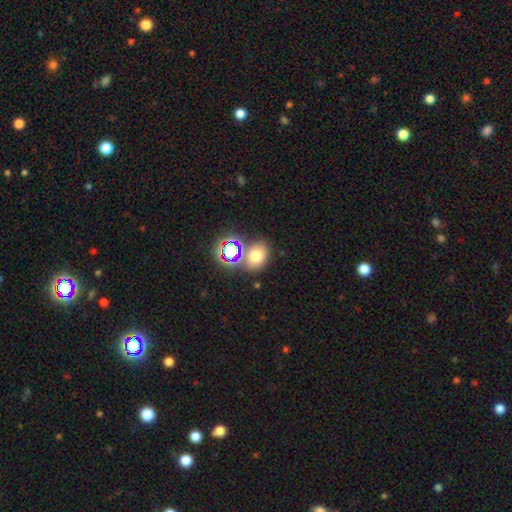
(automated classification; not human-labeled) A smooth galaxy with no disk features (65%) that is in between round and cigar-shaped (55%). Merging: none (66%).